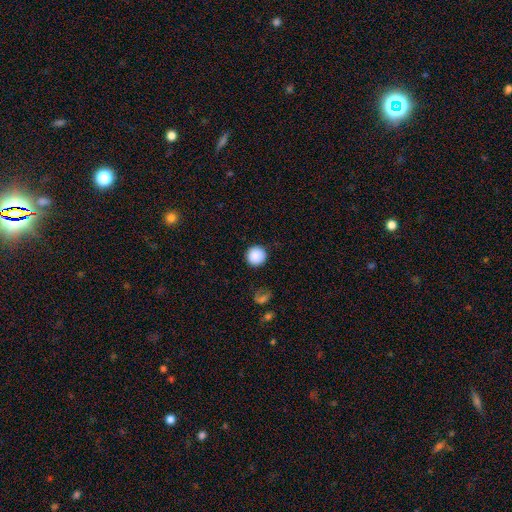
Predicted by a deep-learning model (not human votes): Smooth or featured? smooth (88%)
How rounded? round (96%)
Merging? none (90%)